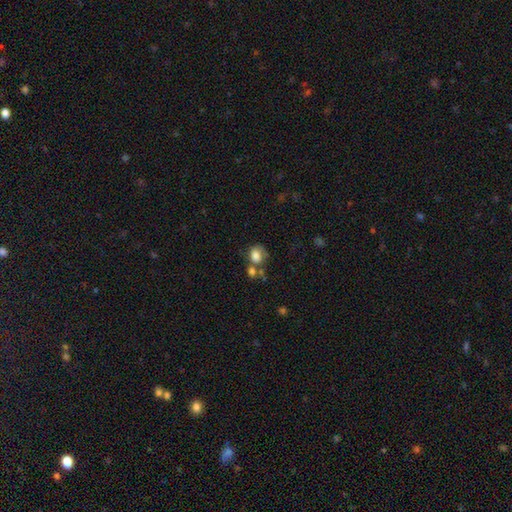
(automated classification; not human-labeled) Smooth or featured? Predicted: smooth (p=0.77). How rounded? Predicted: in between (p=0.59). Merging? Predicted: none (p=0.36).